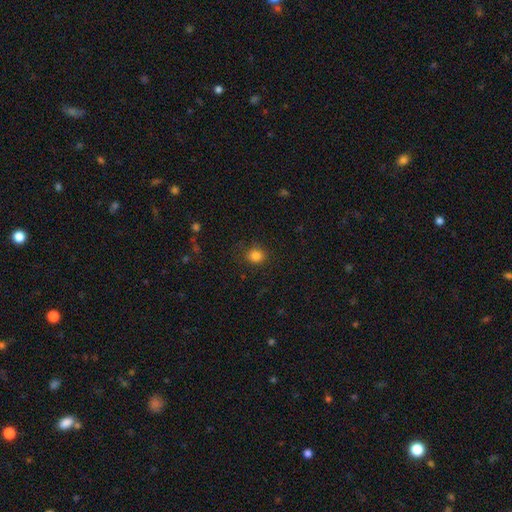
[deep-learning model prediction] Smooth or featured? Predicted: smooth (p=0.84). How rounded? Predicted: round (p=0.85). Merging? Predicted: none (p=0.86).